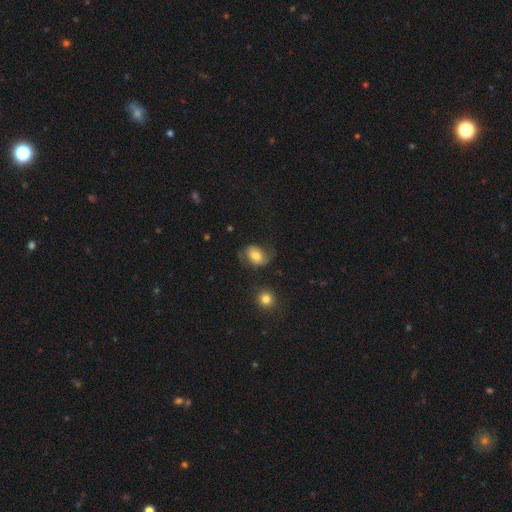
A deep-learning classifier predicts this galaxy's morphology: smooth 60%, featured or disk 31%, star or artifact 9%. Down the decision tree: how rounded — in between (69%); merging — none (56%).